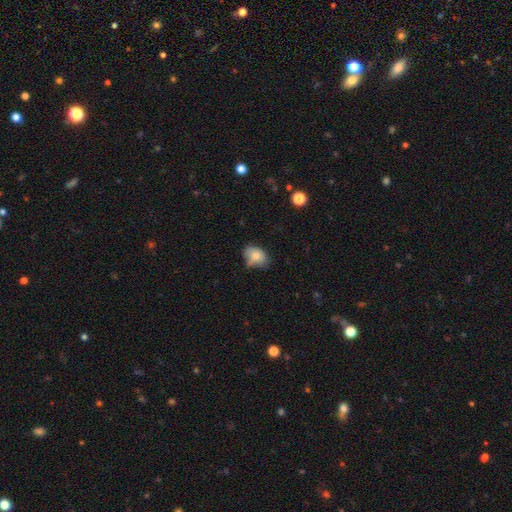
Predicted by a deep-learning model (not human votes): A smooth galaxy with no disk features (79%) that is in between round and cigar-shaped (73%). Merging: none (49%).